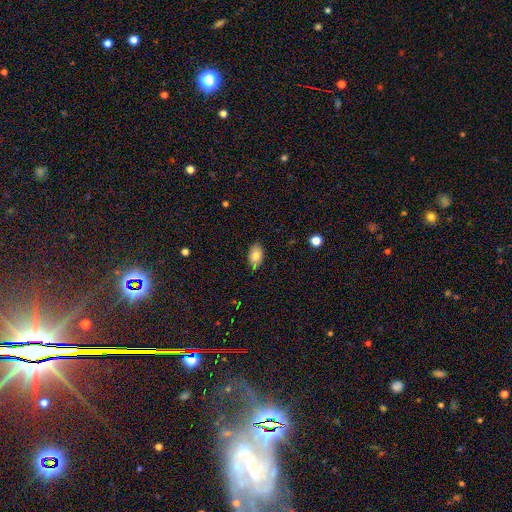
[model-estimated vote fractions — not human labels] smooth-or-featured: smooth: 80% | featured or disk: 12% | star or artifact: 8%
  how-rounded: in between: 88% | round: 10% | cigar-shaped: 2%
  merging: none: 78% | minor disturbance: 17% | major disturbance: 3% | merger: 2%